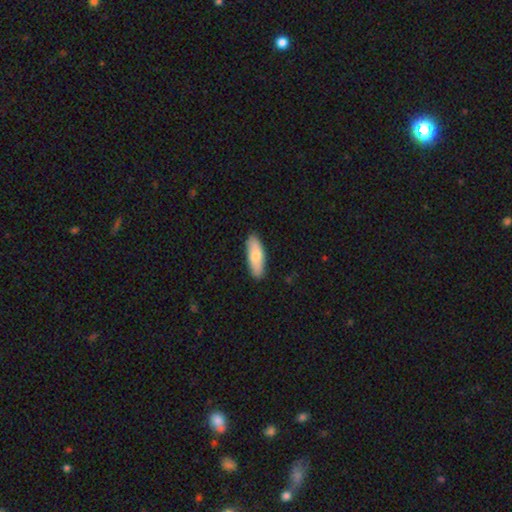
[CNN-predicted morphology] This is likely a smooth galaxy (77%). How rounded: likely in between (64%). Merging: clearly none (88%).